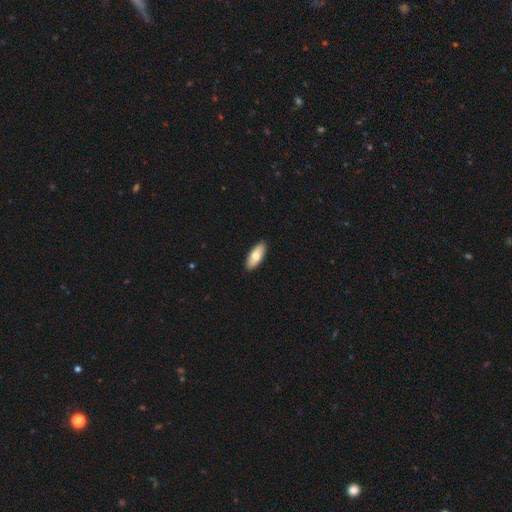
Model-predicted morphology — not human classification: smooth-or-featured: smooth: 78% | featured or disk: 17% | star or artifact: 5%
  how-rounded: in between: 80% | cigar-shaped: 18% | round: 2%
  merging: none: 91% | minor disturbance: 7% | major disturbance: 1% | merger: 1%